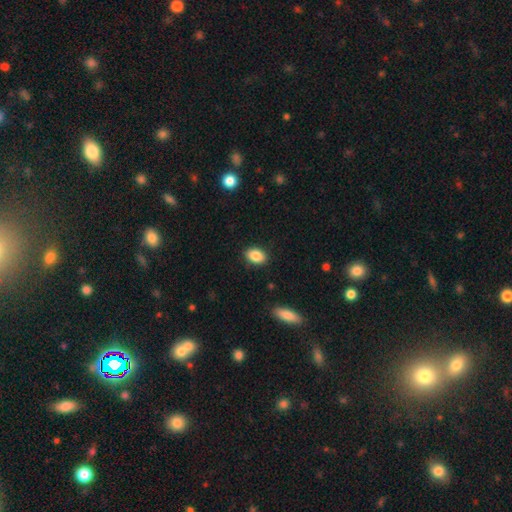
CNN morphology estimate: smooth 87%, star or artifact 8%, featured or disk 5%. Down the decision tree: how rounded — in between (79%); merging — none (88%).